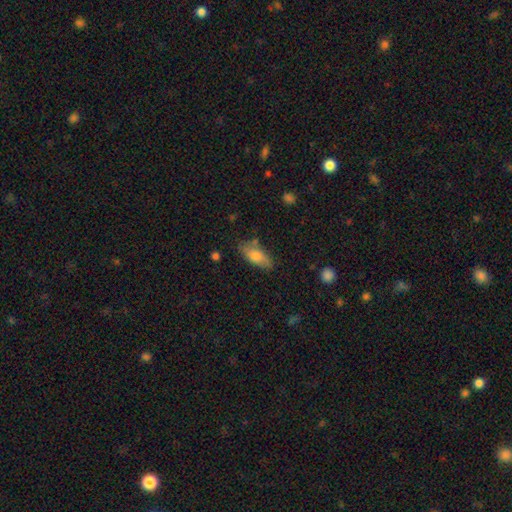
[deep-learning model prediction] smooth 75%, featured or disk 18%, star or artifact 7%. Down the decision tree: how rounded — in between (79%); merging — none (73%).